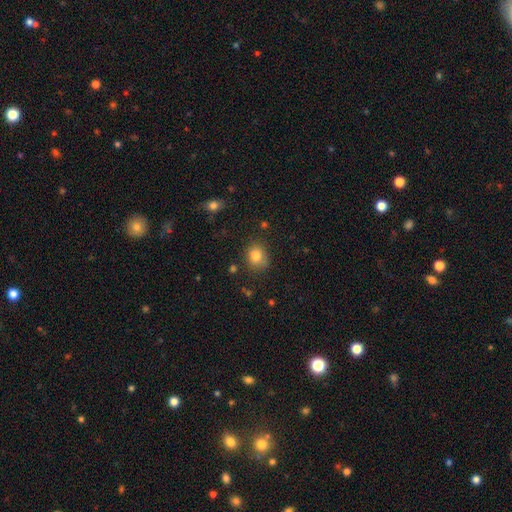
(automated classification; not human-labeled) The model was most divided on "how rounded": round: 66%, in between: 33%, cigar-shaped: 1%. More confident: smooth or featured — smooth (82%); merging — none (72%).